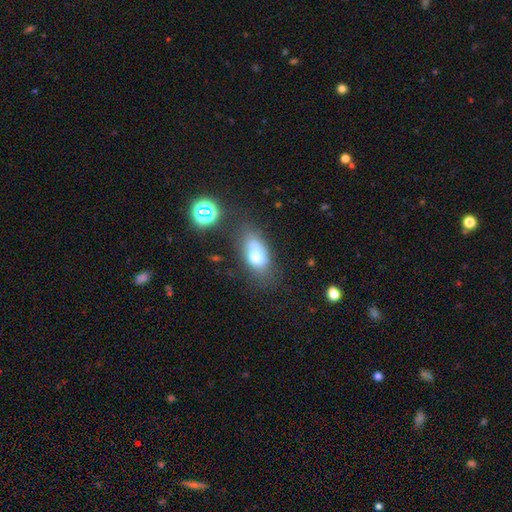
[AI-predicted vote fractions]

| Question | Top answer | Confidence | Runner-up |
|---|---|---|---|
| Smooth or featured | smooth | 65% | featured or disk (23%) |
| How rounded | in between | 85% | round (9%) |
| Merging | none | 42% | minor disturbance (24%) |